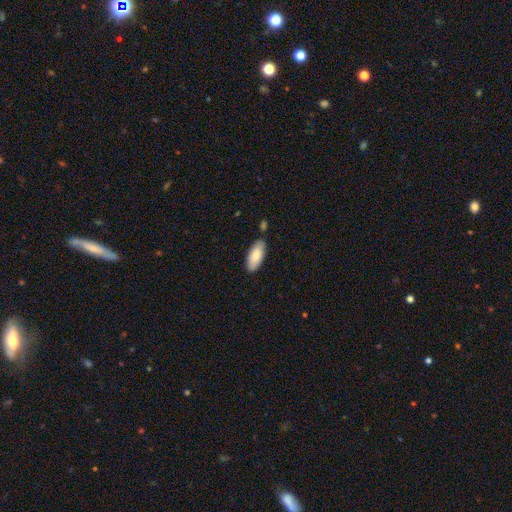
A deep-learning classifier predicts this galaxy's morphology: This appears to be a smooth galaxy with no disk features (83%) that is in between round and cigar-shaped (86%). Merging: none (82%).